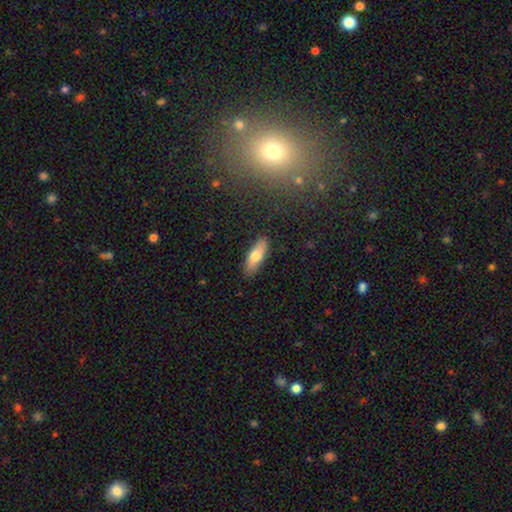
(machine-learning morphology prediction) This appears to be a smooth galaxy with no disk features (71%) that is in between round and cigar-shaped (61%). Merging: none (87%).